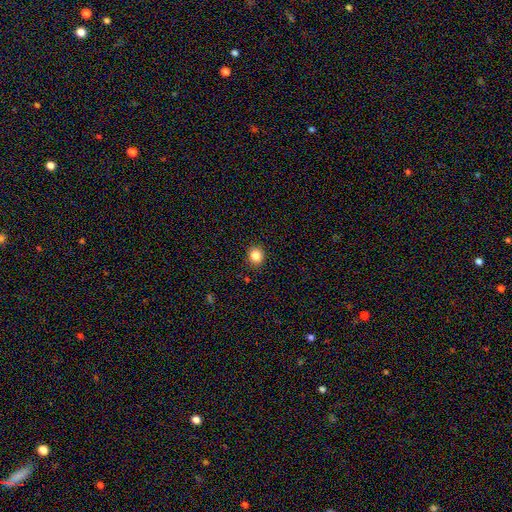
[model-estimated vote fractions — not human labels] smooth 84%, star or artifact 11%, featured or disk 5%. Down the decision tree: how rounded — round (86%); merging — none (91%).